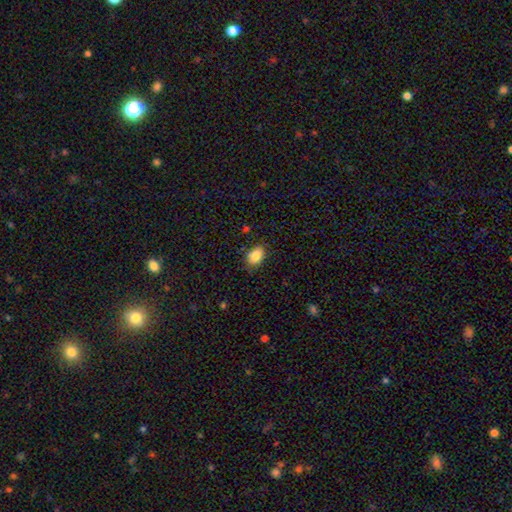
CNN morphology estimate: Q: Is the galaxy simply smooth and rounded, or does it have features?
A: smooth — 85%.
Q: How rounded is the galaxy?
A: in between — 83%.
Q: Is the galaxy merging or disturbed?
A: none — 82%.